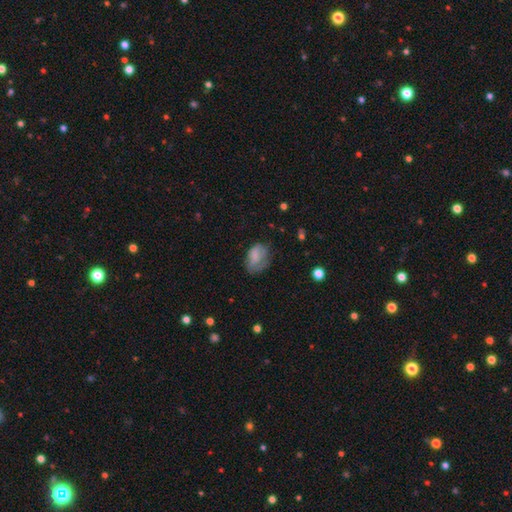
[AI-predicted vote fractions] Smooth or featured? smooth (66%)
How rounded? in between (79%)
Merging? none (40%)